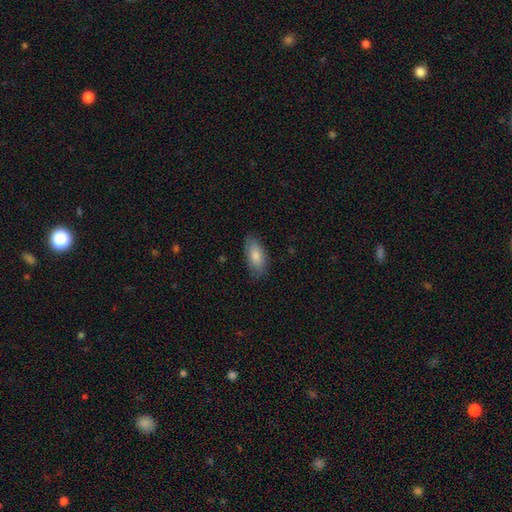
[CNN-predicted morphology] type=smooth (82%); roundness=in between (89%); merging=none (78%).